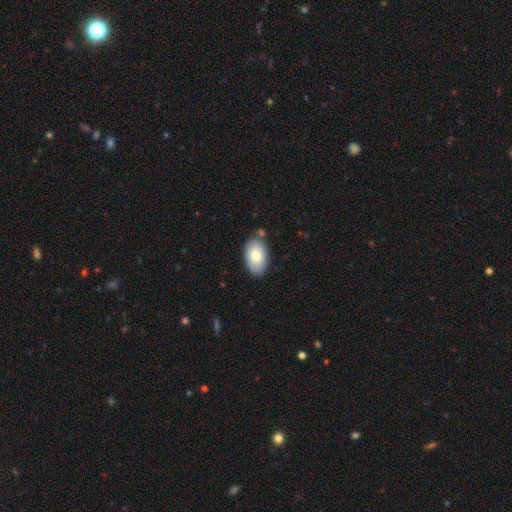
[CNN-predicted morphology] Overall: smooth (76%). How rounded: in between (93%). Merging: none (78%).